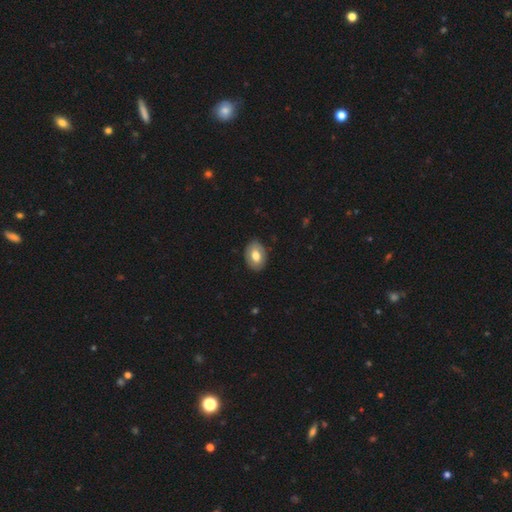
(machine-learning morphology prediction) Smooth or featured? Predicted: smooth (p=0.68). How rounded? Predicted: in between (p=0.80). Merging? Predicted: none (p=0.85).